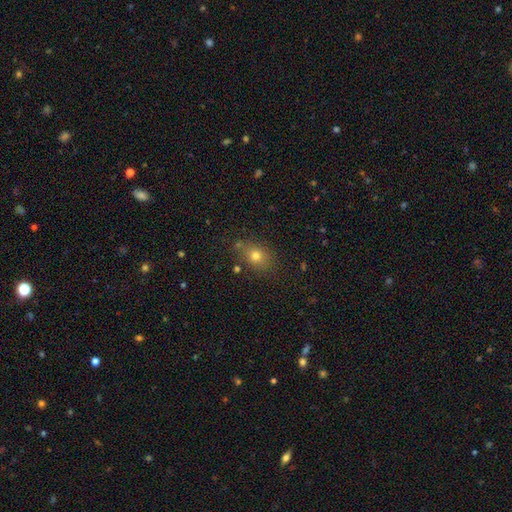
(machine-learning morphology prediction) The model was most divided on "how rounded": in between: 52%, round: 47%, cigar-shaped: 2%. More confident: merging — none (77%); smooth or featured — smooth (73%).